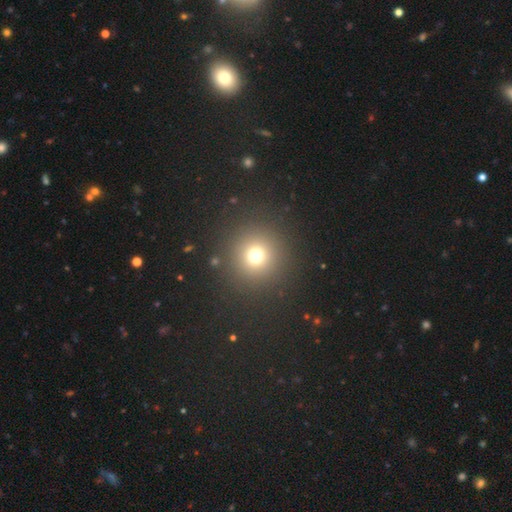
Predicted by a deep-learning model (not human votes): Smooth or featured: smooth — 71% (star or artifact — 20%)
How rounded: round — 94% (in between — 5%)
Merging: none — 88% (minor disturbance — 6%)